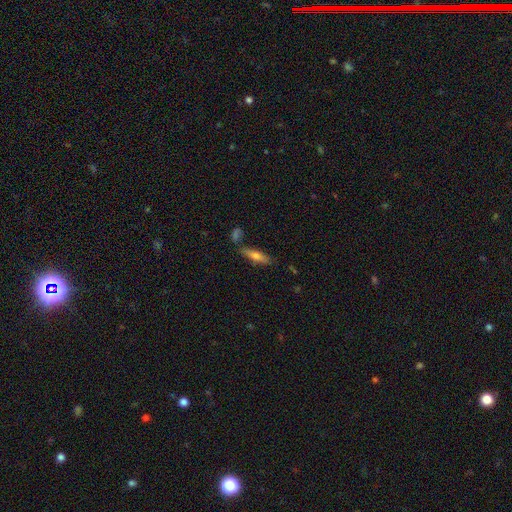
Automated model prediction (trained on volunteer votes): Q: Smooth or featured?
A: smooth (62%); runner-up: featured or disk (30%)
Q: How rounded?
A: cigar-shaped (67%); runner-up: in between (30%)
Q: Merging?
A: none (73%); runner-up: minor disturbance (14%)